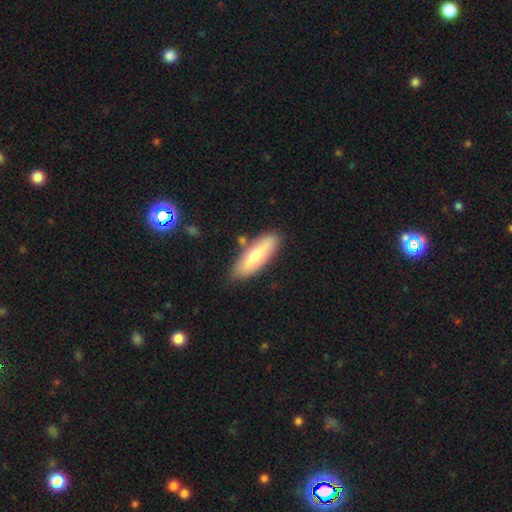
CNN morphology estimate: The model was most divided on "how rounded" (2-way tie): in between: 49%, cigar-shaped: 49%, round: 2%. More confident: merging — none (79%); smooth or featured — smooth (70%).